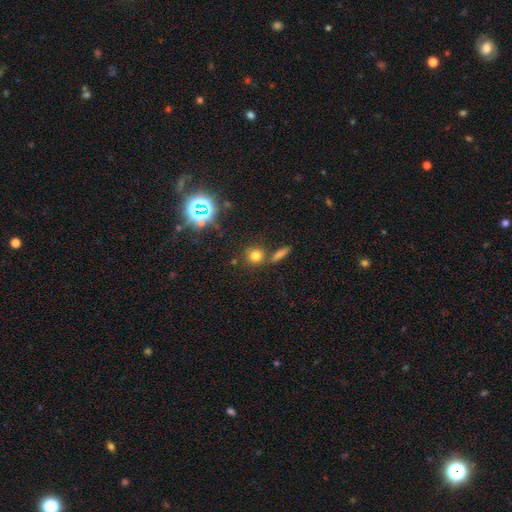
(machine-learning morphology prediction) type=smooth (71%); roundness=round (85%); merging=none (74%).